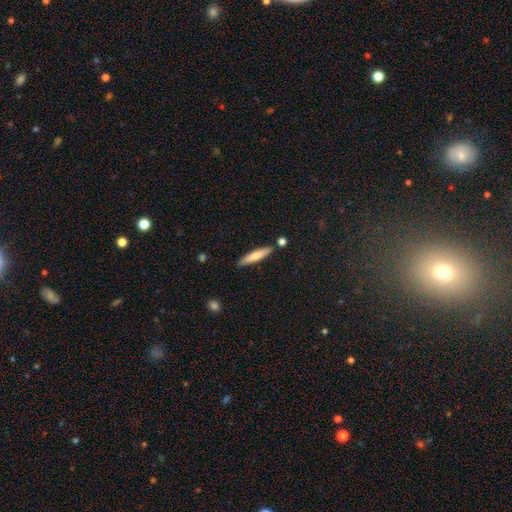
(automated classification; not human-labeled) smooth-or-featured: smooth: 66% | featured or disk: 28% | star or artifact: 6%
  how-rounded: cigar-shaped: 86% | in between: 13% | round: 1%
  merging: none: 84% | minor disturbance: 10% | merger: 4% | major disturbance: 2%